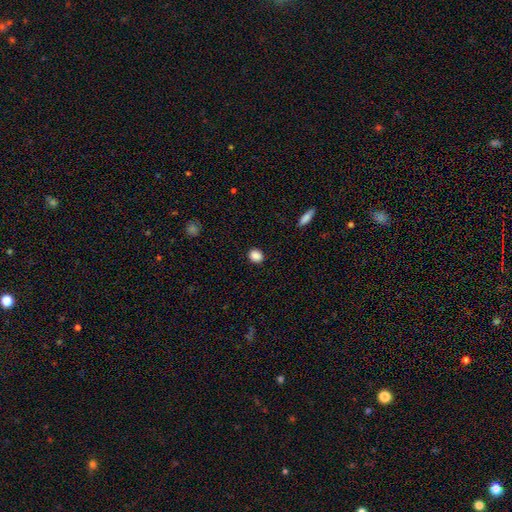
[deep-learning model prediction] Morphology: type=smooth (88%); roundness=round (64%); merging=none (89%).